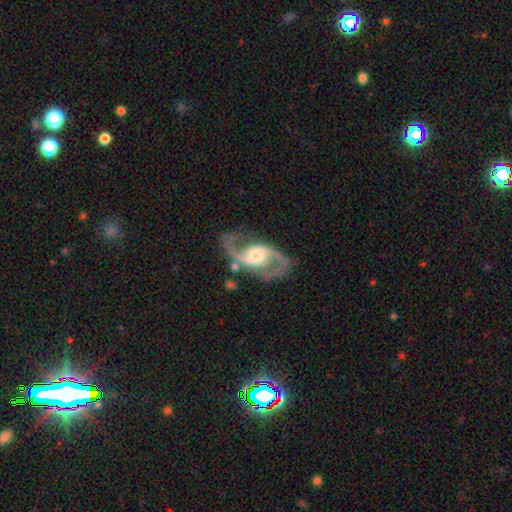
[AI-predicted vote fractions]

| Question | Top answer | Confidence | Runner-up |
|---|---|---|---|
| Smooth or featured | featured or disk | 91% | smooth (5%) |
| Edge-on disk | no | 97% | yes (3%) |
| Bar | no | 43% | weak (38%) |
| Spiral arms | yes | 97% | no (3%) |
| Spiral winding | medium | 53% | loose (37%) |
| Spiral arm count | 2 | 94% | can't tell (2%) |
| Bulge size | moderate | 53% | small (26%) |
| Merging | none | 78% | minor disturbance (12%) |